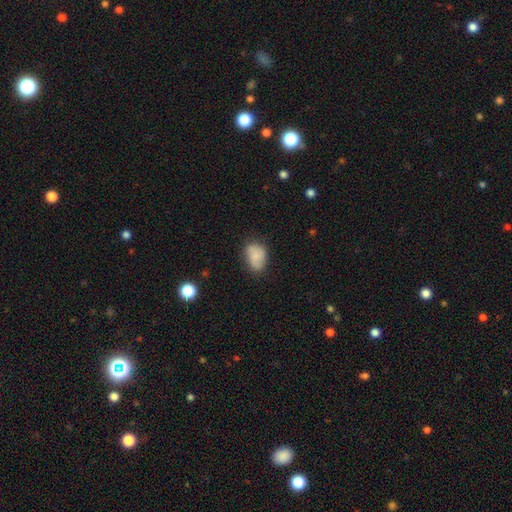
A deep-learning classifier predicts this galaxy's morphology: smooth-or-featured: smooth: 78% | featured or disk: 13% | star or artifact: 8%
  how-rounded: in between: 77% | round: 22% | cigar-shaped: 1%
  merging: none: 62% | minor disturbance: 29% | major disturbance: 7% | merger: 2%